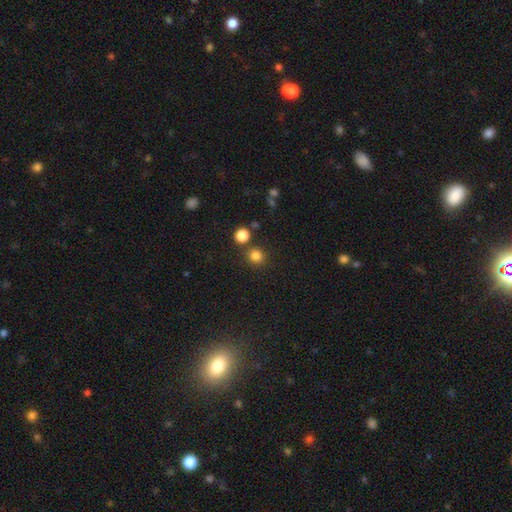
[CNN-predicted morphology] A smooth galaxy with no disk features (82%) that is round (90%).

Vote fractions:
- Smooth or featured? smooth: 82% / star or artifact: 14% / featured or disk: 4%
- How rounded? round: 90% / in between: 9% / cigar-shaped: 1%
- Merging? none: 81% / merger: 9% / minor disturbance: 7% / major disturbance: 3%